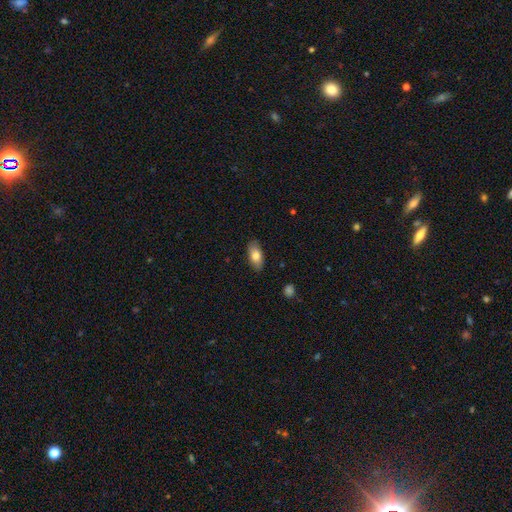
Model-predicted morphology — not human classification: Smooth or featured: smooth — 78% (featured or disk — 15%)
How rounded: in between — 89% (cigar-shaped — 8%)
Merging: none — 86% (minor disturbance — 11%)